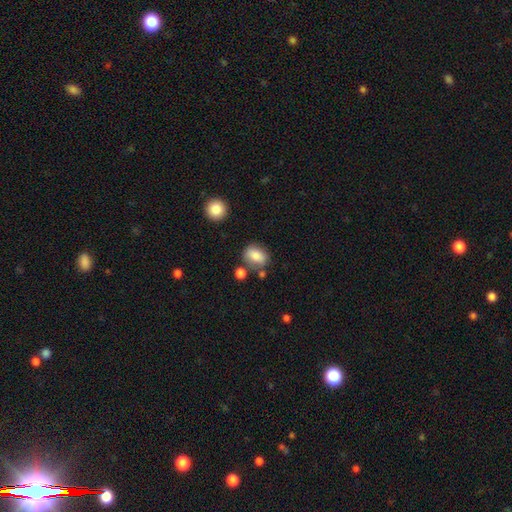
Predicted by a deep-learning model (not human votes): Q: Smooth or featured?
A: smooth (83%); runner-up: star or artifact (9%)
Q: How rounded?
A: in between (74%); runner-up: round (24%)
Q: Merging?
A: none (65%); runner-up: minor disturbance (19%)